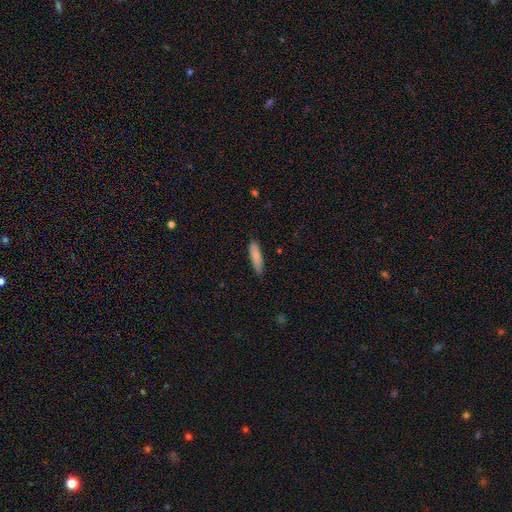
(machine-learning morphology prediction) type=smooth (83%); roundness=cigar-shaped (63%); merging=none (80%).